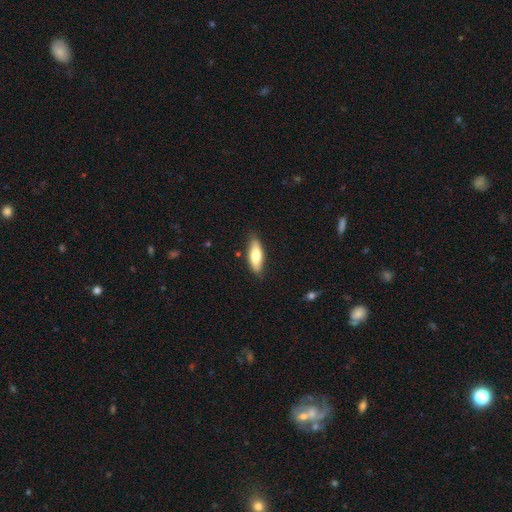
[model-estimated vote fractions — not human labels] Morphology: type=smooth (72%); roundness=in between (62%); merging=none (84%).